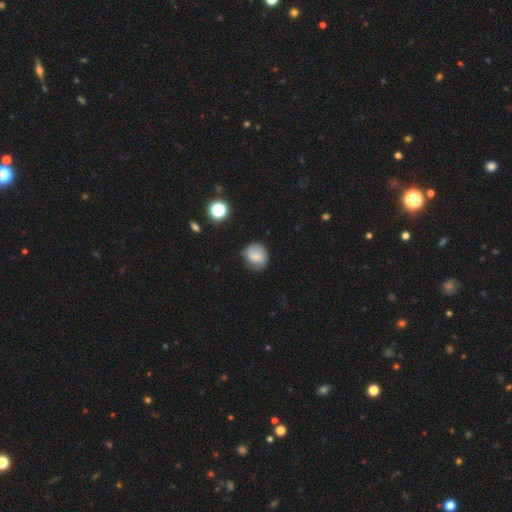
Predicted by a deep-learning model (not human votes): smooth-or-featured: smooth: 60% | featured or disk: 31% | star or artifact: 9%
  how-rounded: round: 78% | in between: 21% | cigar-shaped: 1%
  merging: none: 63% | minor disturbance: 26% | major disturbance: 8% | merger: 2%